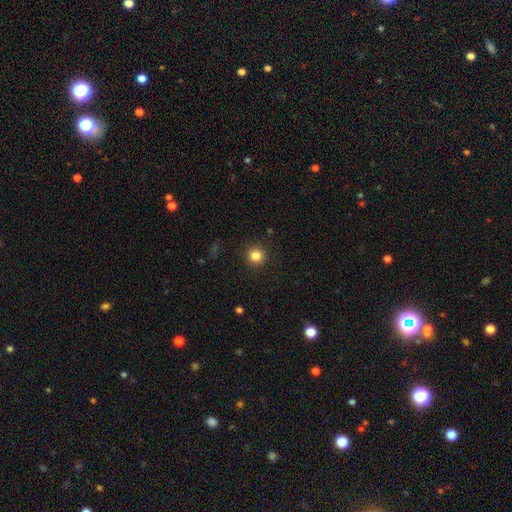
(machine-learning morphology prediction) Smooth or featured? Predicted: smooth (p=0.84). How rounded? Predicted: round (p=0.93). Merging? Predicted: none (p=0.91).